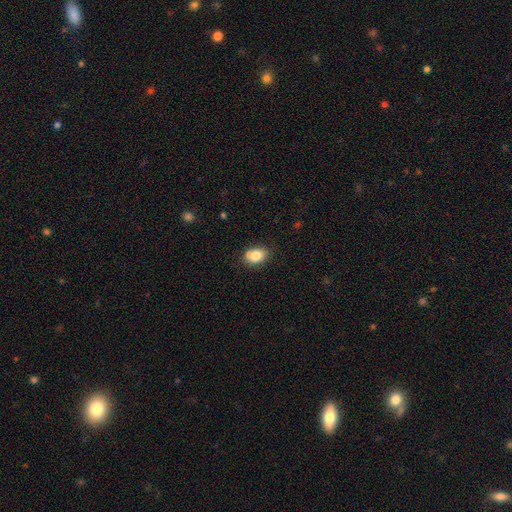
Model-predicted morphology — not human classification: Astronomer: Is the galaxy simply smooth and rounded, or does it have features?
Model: smooth — 79%.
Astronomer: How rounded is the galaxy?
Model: in between — 70%.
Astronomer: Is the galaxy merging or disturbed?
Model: none — 63%.